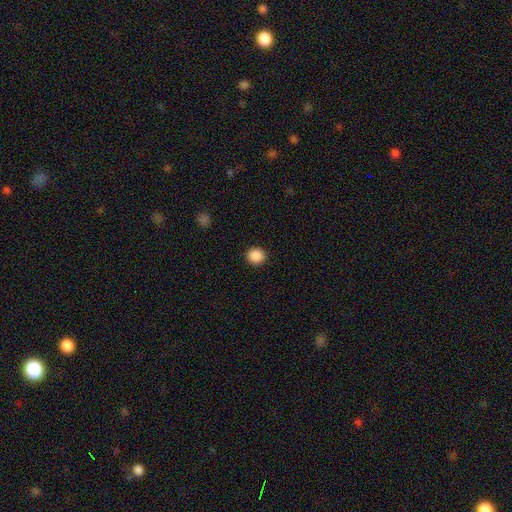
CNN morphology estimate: smooth_or_featured: smooth (p=0.89) [alt: star or artifact p=0.09]
how_rounded: round (p=0.90) [alt: in between p=0.09]
merging: none (p=0.92) [alt: minor disturbance p=0.05]